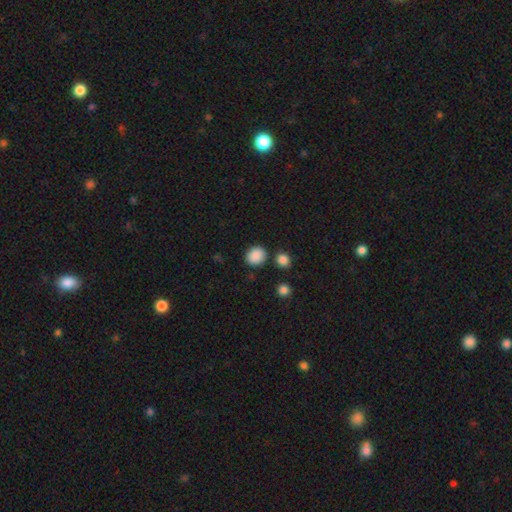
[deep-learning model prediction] This is clearly a smooth galaxy (88%). How rounded: likely round (67%). Merging: clearly none (83%).